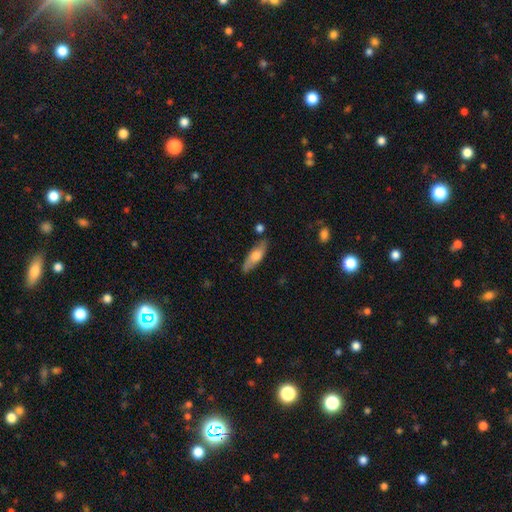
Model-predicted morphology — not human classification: Overall: smooth (62%; featured or disk 33%). How rounded: in between (52%; cigar-shaped 46%). Merging: none (78%).